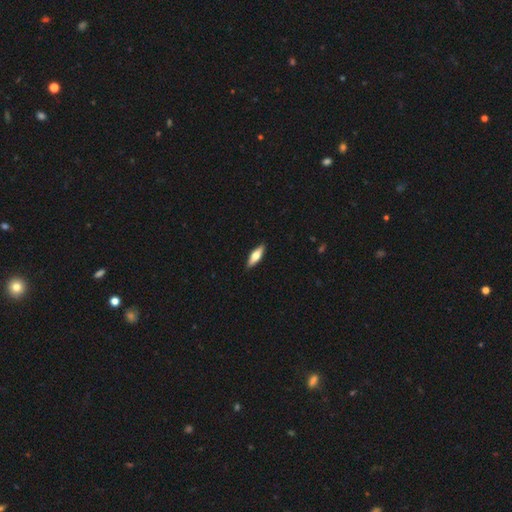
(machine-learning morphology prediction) This appears to be a smooth galaxy with no disk features (54%) that is cigar-shaped (50%). Merging: none (90%).